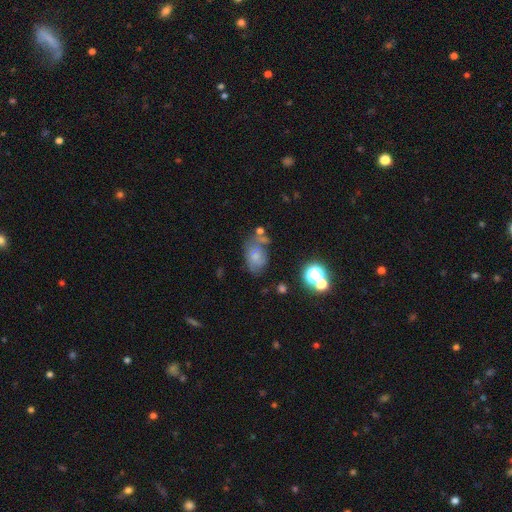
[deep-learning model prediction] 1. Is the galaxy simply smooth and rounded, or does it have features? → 63% smooth, 24% featured or disk, 14% star or artifact.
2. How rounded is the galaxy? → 81% in between, 17% round, 1% cigar-shaped.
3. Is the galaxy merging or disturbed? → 42% none, 26% minor disturbance, 17% merger, 15% major disturbance.